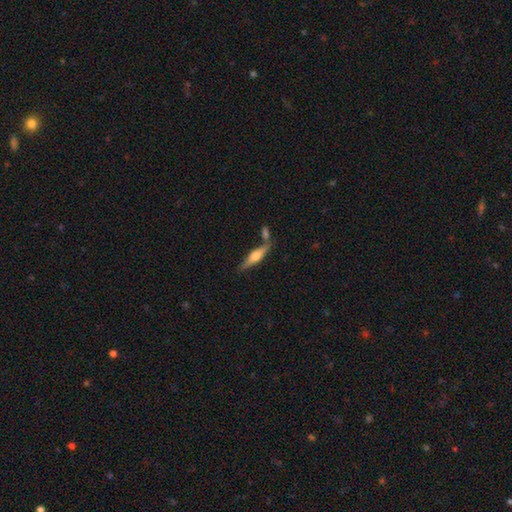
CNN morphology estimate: Q: Smooth or featured?
A: featured or disk (57%); runner-up: smooth (36%)
Q: Edge-on disk?
A: yes (95%); runner-up: no (5%)
Q: Edge-on bulge?
A: rounded (84%); runner-up: boxy (12%)
Q: Merging?
A: none (71%); runner-up: merger (14%)